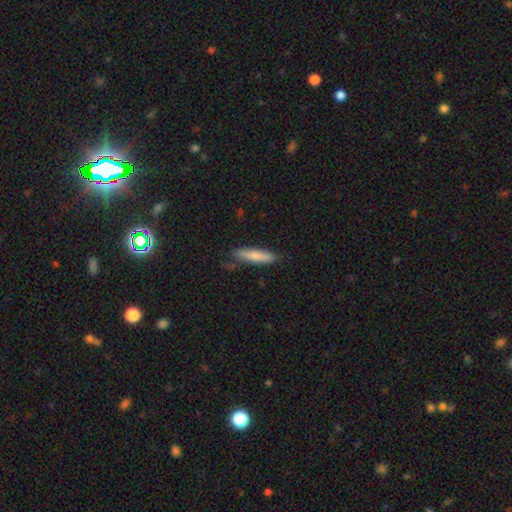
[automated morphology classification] smooth_or_featured: smooth (p=0.74) [alt: featured or disk p=0.20]
how_rounded: cigar-shaped (p=0.82) [alt: in between p=0.16]
merging: none (p=0.74) [alt: minor disturbance p=0.20]